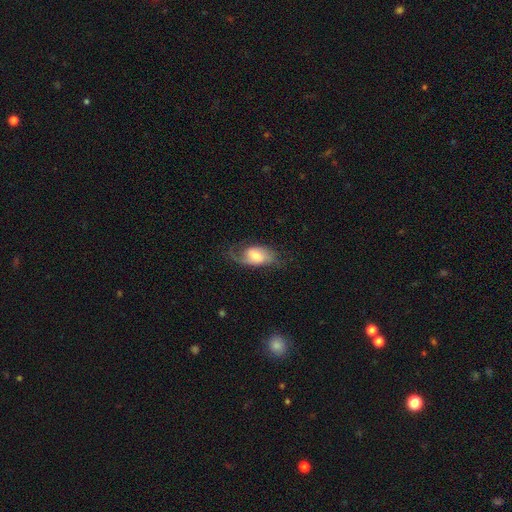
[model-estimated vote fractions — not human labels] A featured or disk galaxy (59%) with no bar (48%), spiral arms (87%) and a moderate central bulge (50%). Merging: none (53%).